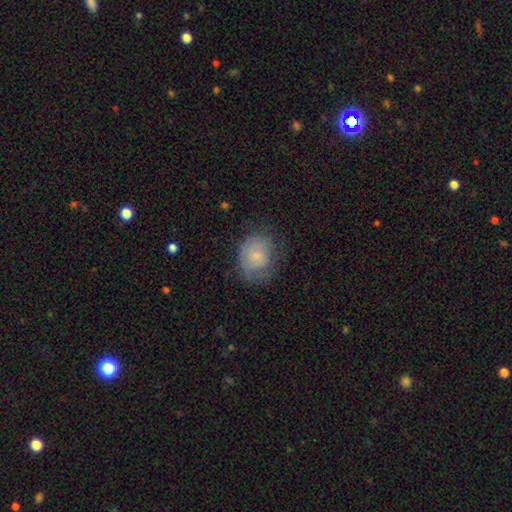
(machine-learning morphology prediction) Overall: smooth (61%; featured or disk 30%). How rounded: round (58%; in between 41%). Merging: none (57%; minor disturbance 27%).